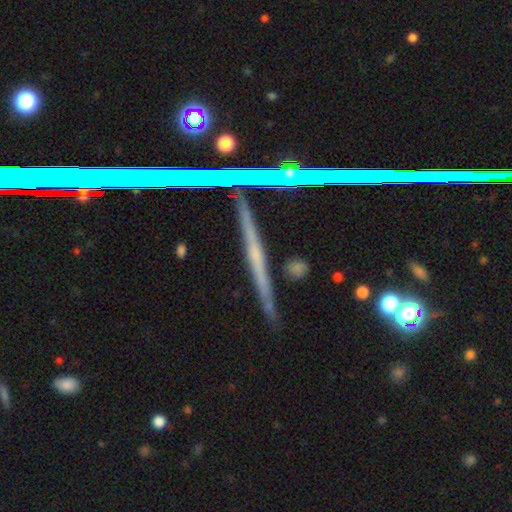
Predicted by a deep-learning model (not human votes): Smooth or featured?
  - featured or disk: 56% *
  - star or artifact: 27%
  - smooth: 16%
Edge-on disk?
  - yes: 95% *
  - no: 5%
Edge-on bulge?
  - none: 52% *
  - rounded: 35%
  - boxy: 14%
Merging?
  - none: 88% *
  - minor disturbance: 8%
  - merger: 2%
  - major disturbance: 2%